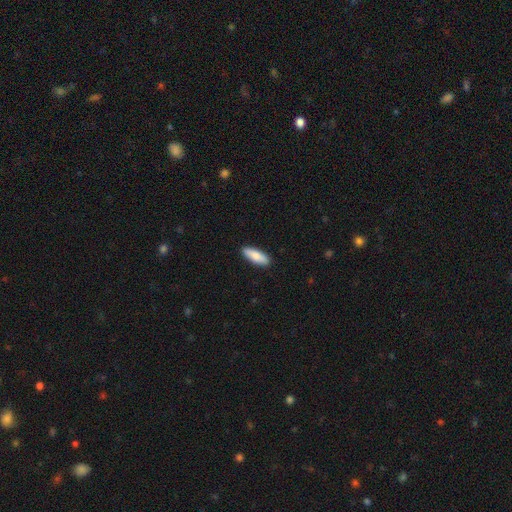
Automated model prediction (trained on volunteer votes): This is clearly a smooth galaxy (83%). How rounded: possibly in between (60%). Merging: clearly none (89%).